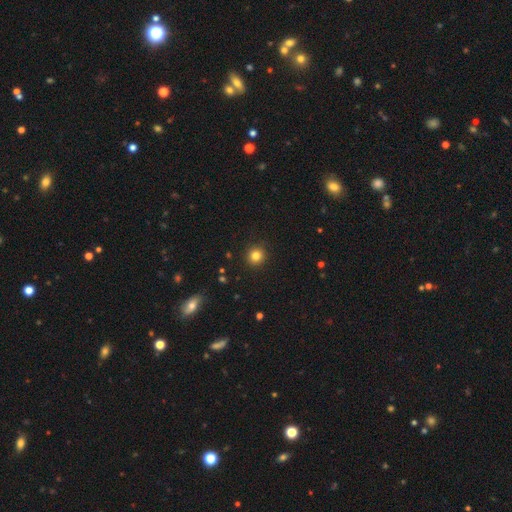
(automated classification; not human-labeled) smooth 82%, star or artifact 13%, featured or disk 5%. Down the decision tree: how rounded — round (93%); merging — none (92%).